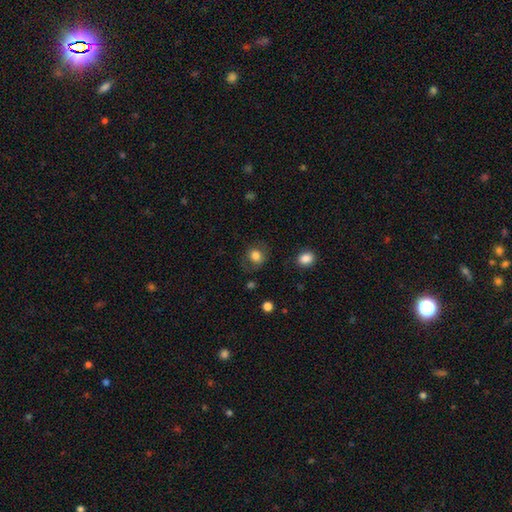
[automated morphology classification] A smooth galaxy with no disk features (78%) that is round (69%).

Vote fractions:
- Smooth or featured? smooth: 78% / featured or disk: 12% / star or artifact: 9%
- How rounded? round: 69% / in between: 30% / cigar-shaped: 1%
- Merging? none: 73% / minor disturbance: 16% / major disturbance: 9% / merger: 2%